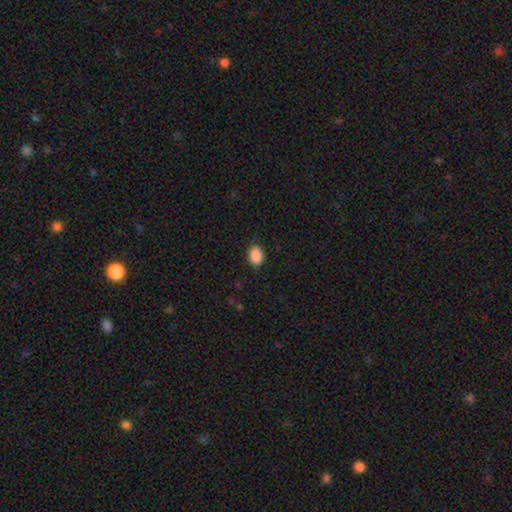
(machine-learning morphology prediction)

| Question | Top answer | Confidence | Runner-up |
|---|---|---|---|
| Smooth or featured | smooth | 89% | star or artifact (8%) |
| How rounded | in between | 73% | round (26%) |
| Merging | none | 84% | minor disturbance (12%) |